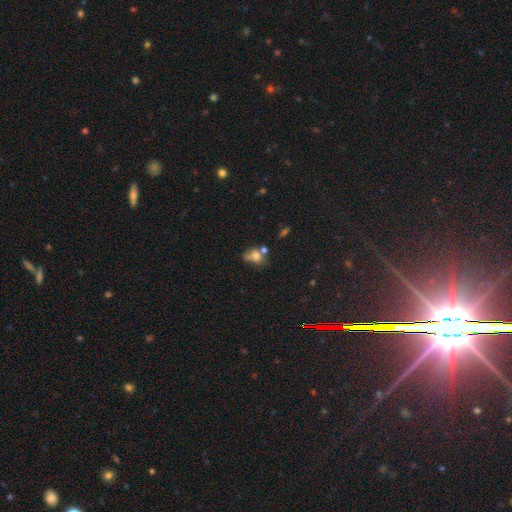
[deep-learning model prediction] The model was most divided on "merging": merger: 33%, none: 31%, minor disturbance: 21%, major disturbance: 16%. More confident: how rounded — in between (67%); smooth or featured — smooth (64%).